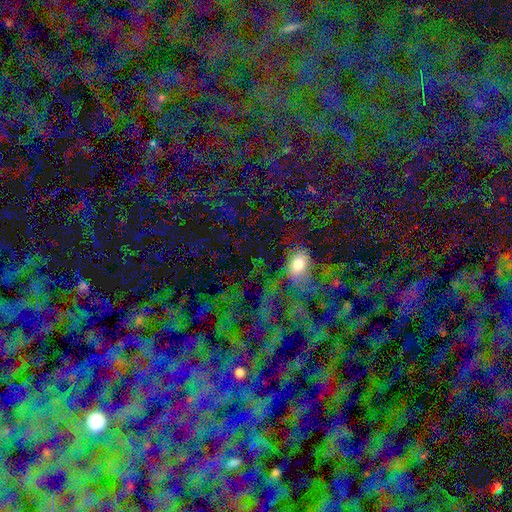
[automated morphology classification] Overall: star or artifact (39%, tied with smooth).